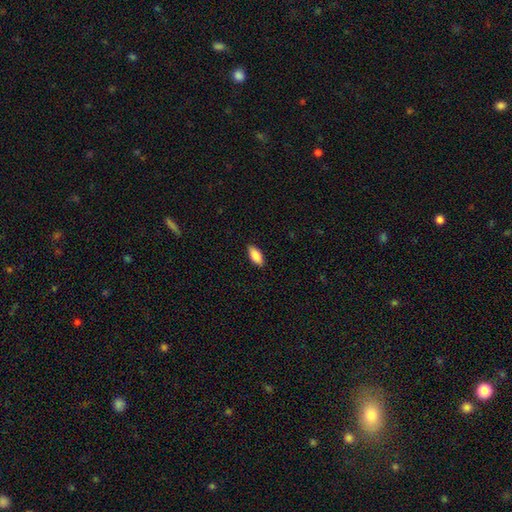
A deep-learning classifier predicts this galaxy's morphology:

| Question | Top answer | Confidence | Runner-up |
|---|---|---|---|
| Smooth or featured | smooth | 88% | star or artifact (6%) |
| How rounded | in between | 88% | cigar-shaped (10%) |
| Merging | none | 88% | minor disturbance (9%) |